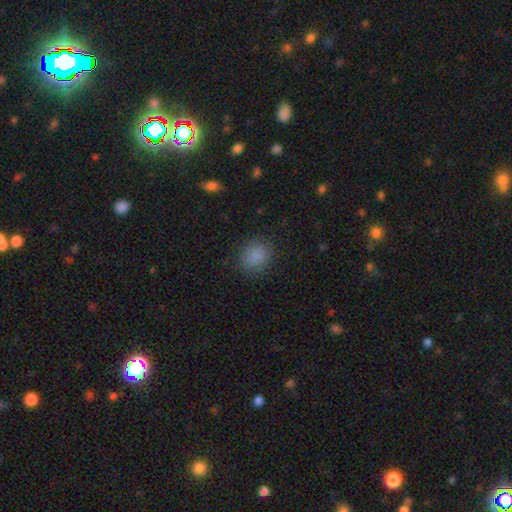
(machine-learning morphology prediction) type=smooth (86%); roundness=round (64%); merging=none (85%).